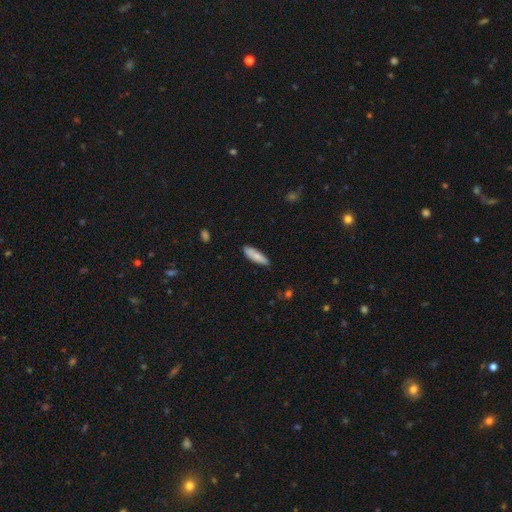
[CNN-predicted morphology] type=smooth (77%); roundness=cigar-shaped (50%); merging=none (80%).